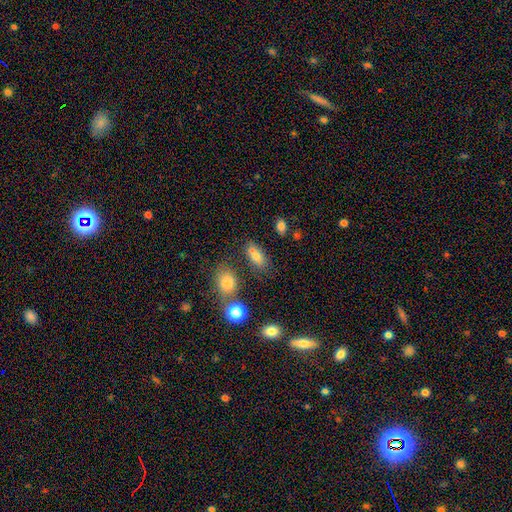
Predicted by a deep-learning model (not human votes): smooth 74%, star or artifact 14%, featured or disk 13%. Down the decision tree: how rounded — in between (79%); merging — none (50%).